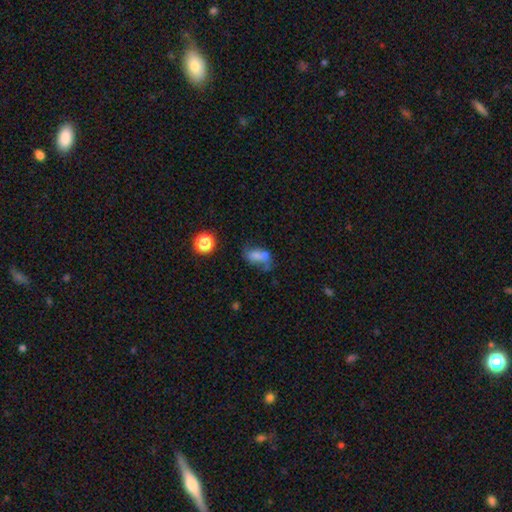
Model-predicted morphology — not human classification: Smooth or featured? Predicted: smooth (p=0.60). How rounded? Predicted: in between (p=0.76). Merging? Predicted: none (p=0.36).